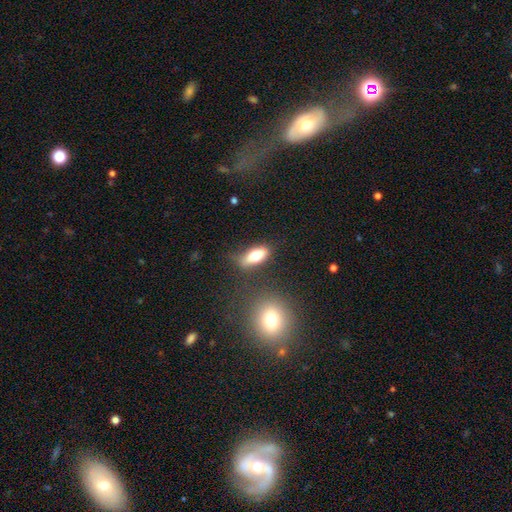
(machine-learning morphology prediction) Smooth or featured: smooth — 72% (featured or disk — 21%)
How rounded: in between — 77% (cigar-shaped — 19%)
Merging: none — 69% (minor disturbance — 18%)